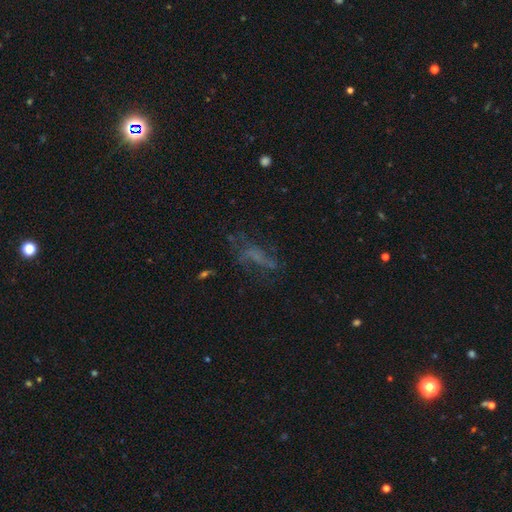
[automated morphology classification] type=featured or disk (44%); merging=none (47%).